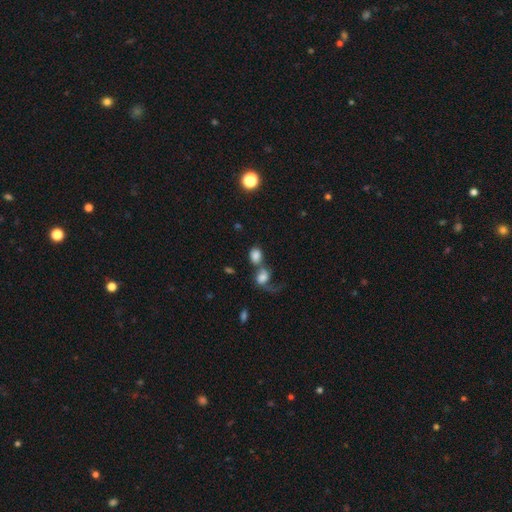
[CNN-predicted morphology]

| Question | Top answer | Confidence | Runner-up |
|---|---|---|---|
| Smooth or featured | smooth | 77% | featured or disk (12%) |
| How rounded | in between | 54% | round (44%) |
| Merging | merger | 53% | none (29%) |